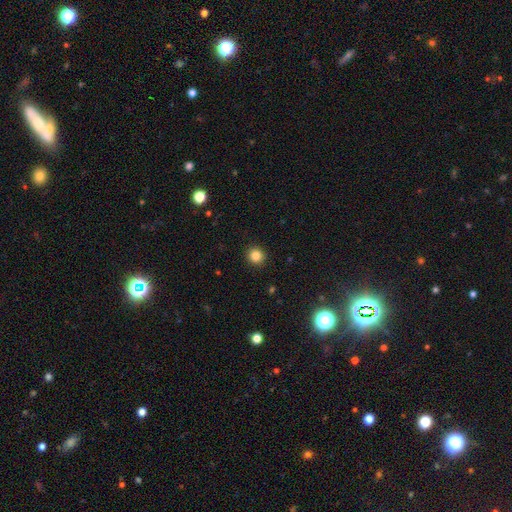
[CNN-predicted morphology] Q: Smooth or featured?
A: smooth (84%); runner-up: star or artifact (11%)
Q: How rounded?
A: round (93%); runner-up: in between (6%)
Q: Merging?
A: none (93%); runner-up: minor disturbance (5%)